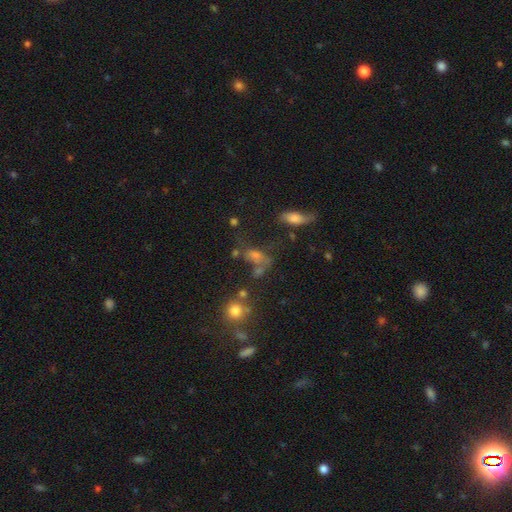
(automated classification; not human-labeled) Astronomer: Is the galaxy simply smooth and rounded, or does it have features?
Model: smooth — 48% (runner-up: star or artifact, 26%).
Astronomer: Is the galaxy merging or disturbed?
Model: none — 38% (runner-up: merger, 25%).